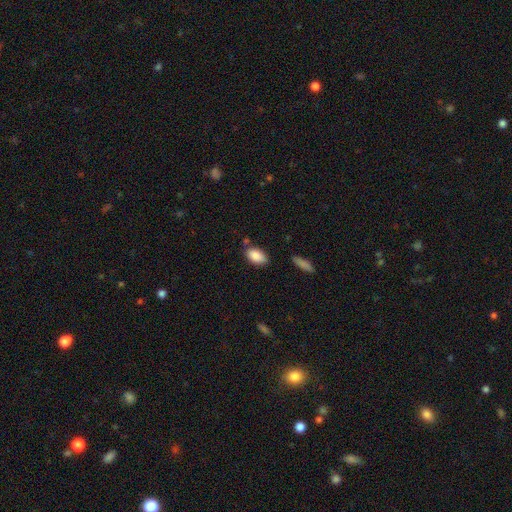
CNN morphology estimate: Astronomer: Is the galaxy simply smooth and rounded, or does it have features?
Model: smooth — 88%.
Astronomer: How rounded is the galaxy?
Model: in between — 93%.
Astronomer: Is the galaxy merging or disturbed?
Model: none — 76%.